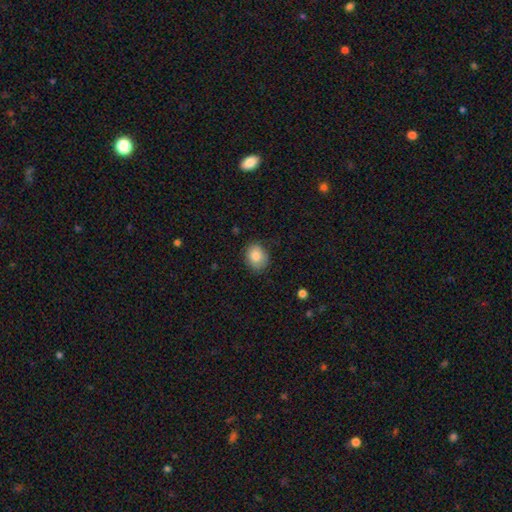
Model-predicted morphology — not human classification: A smooth galaxy with no disk features (84%) that is round (55%). Merging: none (76%).